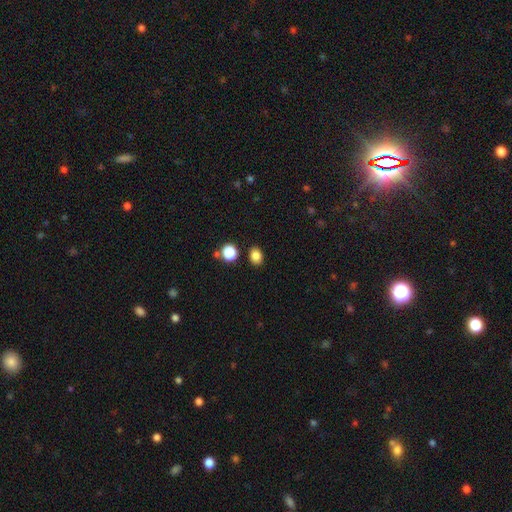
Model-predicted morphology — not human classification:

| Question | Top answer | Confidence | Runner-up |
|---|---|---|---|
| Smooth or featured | smooth | 84% | star or artifact (12%) |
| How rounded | in between | 56% | round (43%) |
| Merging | none | 85% | minor disturbance (8%) |